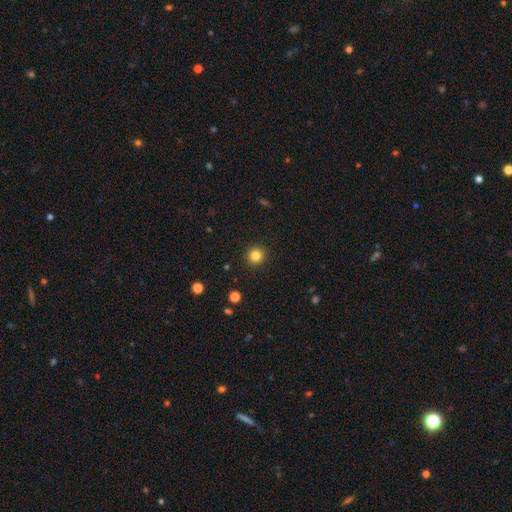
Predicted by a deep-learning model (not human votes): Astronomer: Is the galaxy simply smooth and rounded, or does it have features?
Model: smooth — 83%.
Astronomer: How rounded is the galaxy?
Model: round — 93%.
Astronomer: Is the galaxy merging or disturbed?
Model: none — 92%.